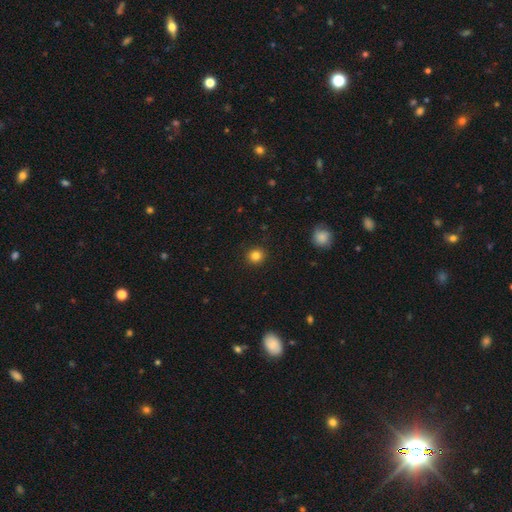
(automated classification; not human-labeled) Smooth or featured? smooth (83%)
How rounded? round (91%)
Merging? none (92%)